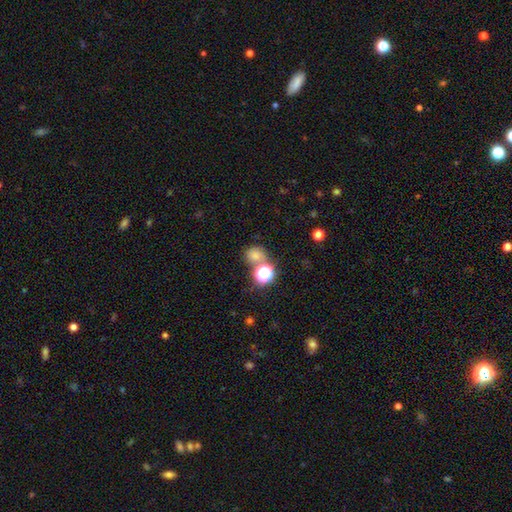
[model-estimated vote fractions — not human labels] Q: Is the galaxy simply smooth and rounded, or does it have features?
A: smooth — 68%.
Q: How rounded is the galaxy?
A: round — 78%.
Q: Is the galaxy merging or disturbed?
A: none — 56%.